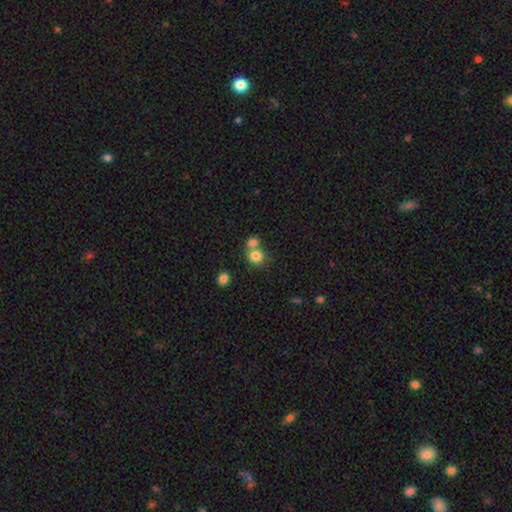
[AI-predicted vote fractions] Smooth or featured? smooth (80%)
How rounded? round (76%)
Merging? merger (46%)